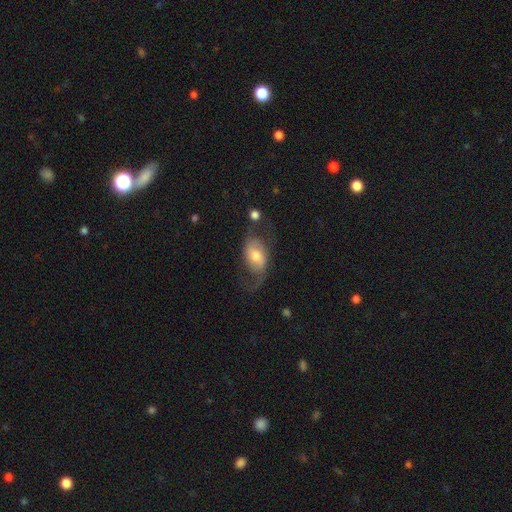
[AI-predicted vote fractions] Morphology: type=featured or disk (57%); edge-on=no (94%); bar=no (43%); spiral arms=yes (81%); bulge=moderate (65%); merging=none (46%).